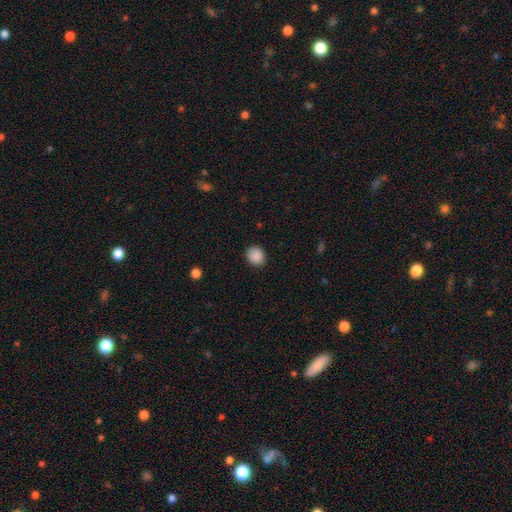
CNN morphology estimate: A smooth galaxy with no disk features (89%) that is round (71%). Merging: none (88%).